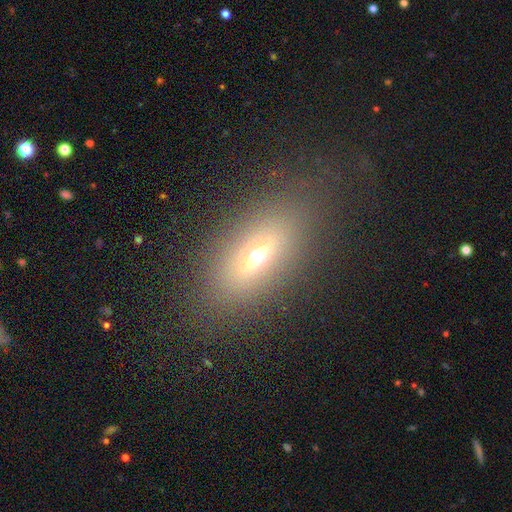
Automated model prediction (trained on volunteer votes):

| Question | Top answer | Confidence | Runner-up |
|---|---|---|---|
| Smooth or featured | smooth | 59% | featured or disk (24%) |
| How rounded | in between | 78% | cigar-shaped (12%) |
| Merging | none | 78% | minor disturbance (11%) |